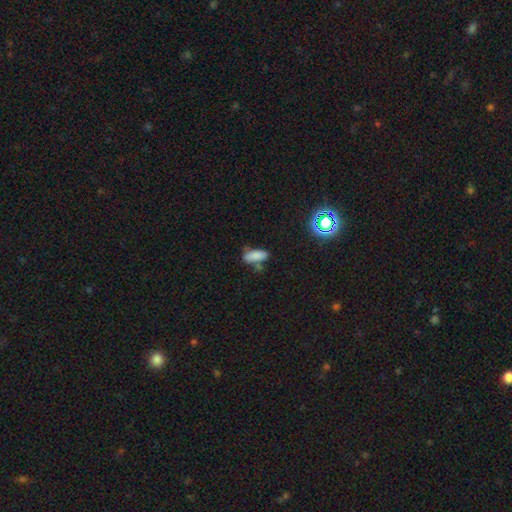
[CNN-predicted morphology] type=smooth (79%); roundness=in between (76%); merging=none (55%).